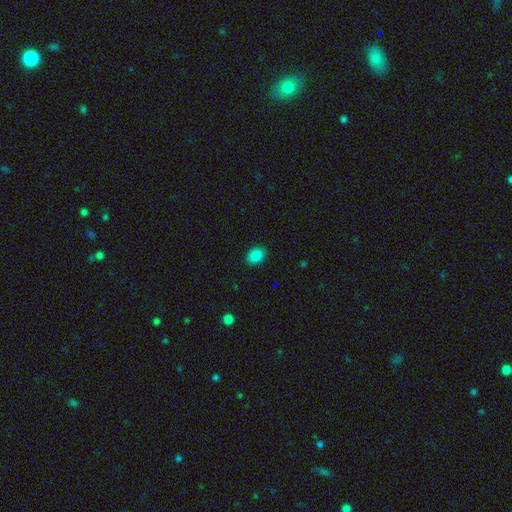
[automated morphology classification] type=smooth (87%); roundness=in between (64%); merging=none (89%).